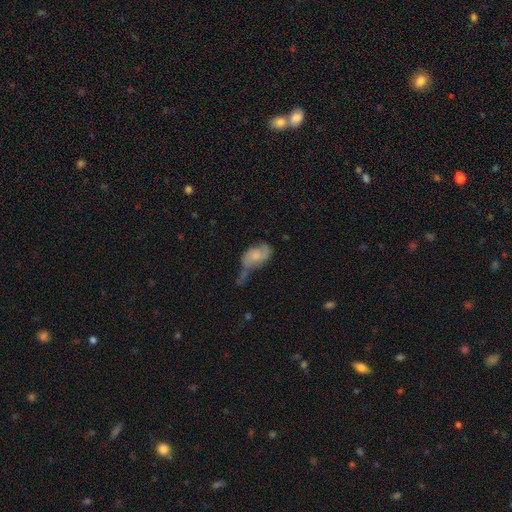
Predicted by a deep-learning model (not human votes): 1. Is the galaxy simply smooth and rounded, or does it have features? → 49% featured or disk, 42% smooth, 8% star or artifact.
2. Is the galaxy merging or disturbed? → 32% major disturbance, 25% minor disturbance, 23% none, 20% merger.